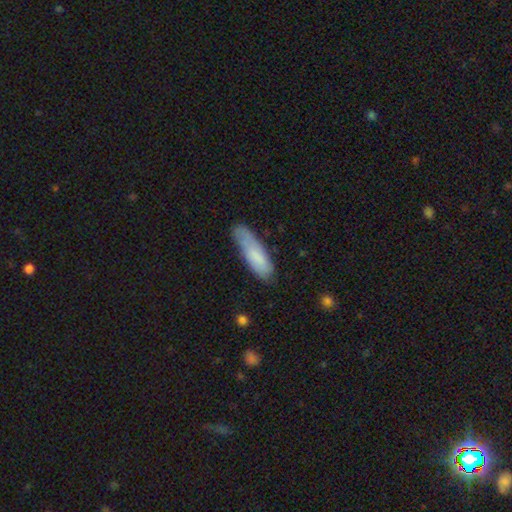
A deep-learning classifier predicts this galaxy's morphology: smooth 77%, featured or disk 16%, star or artifact 6%. Down the decision tree: how rounded — cigar-shaped (58%); merging — none (59%).